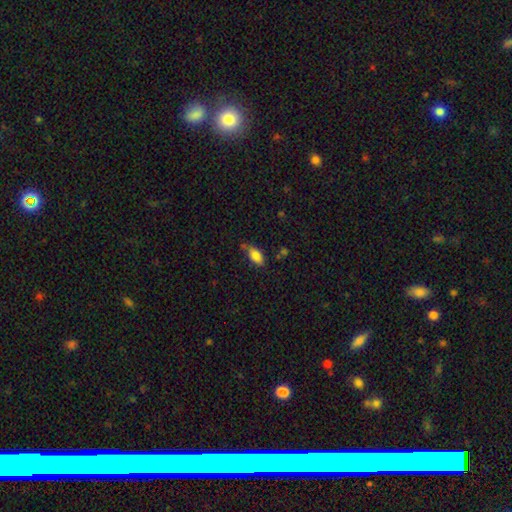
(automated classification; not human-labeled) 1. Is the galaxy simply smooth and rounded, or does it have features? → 82% smooth, 11% featured or disk, 8% star or artifact.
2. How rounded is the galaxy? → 88% in between, 9% cigar-shaped, 3% round.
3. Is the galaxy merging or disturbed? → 64% none, 25% minor disturbance, 6% merger, 6% major disturbance.